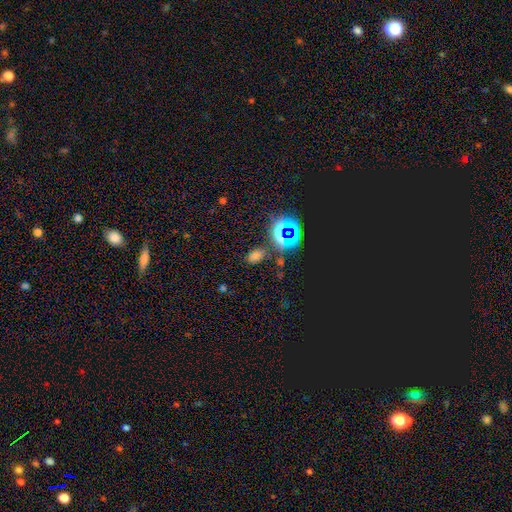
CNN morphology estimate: This appears to be a smooth galaxy with no disk features (49%). Merging: none (78%).